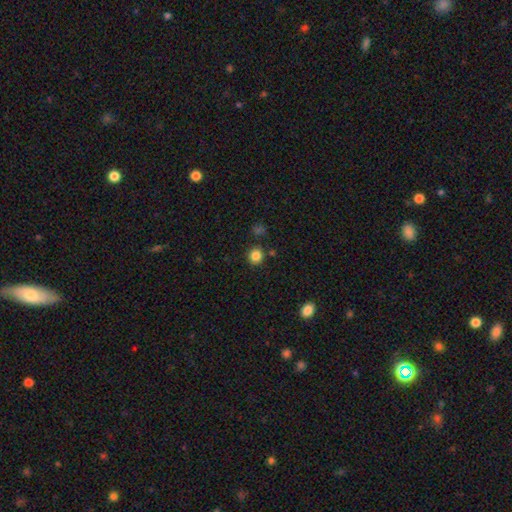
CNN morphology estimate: A smooth galaxy with no disk features (84%) that is round (91%).

Vote fractions:
- Smooth or featured? smooth: 84% / star or artifact: 12% / featured or disk: 4%
- How rounded? round: 91% / in between: 8% / cigar-shaped: 1%
- Merging? none: 87% / minor disturbance: 7% / merger: 4% / major disturbance: 2%